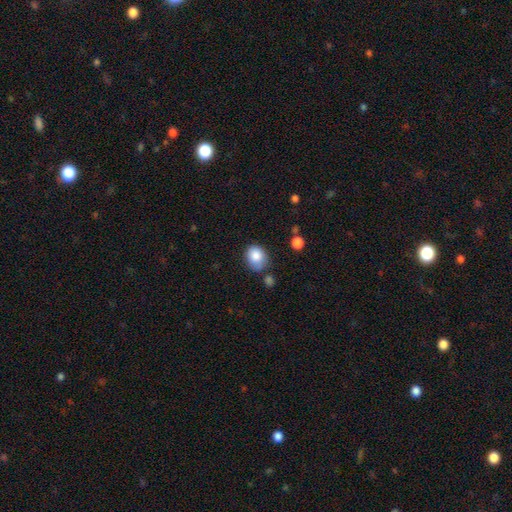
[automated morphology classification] Overall: smooth (85%). How rounded: round (56%; in between 43%). Merging: none (60%; minor disturbance 25%).